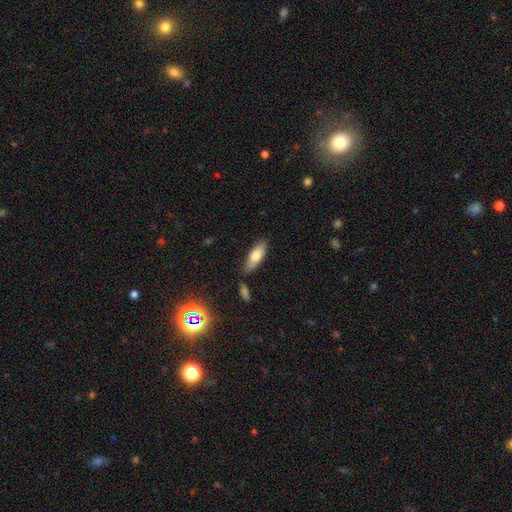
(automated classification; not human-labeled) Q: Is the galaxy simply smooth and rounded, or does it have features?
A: smooth — 73%.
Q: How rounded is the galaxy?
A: in between — 67%.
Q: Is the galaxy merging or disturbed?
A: none — 76%.